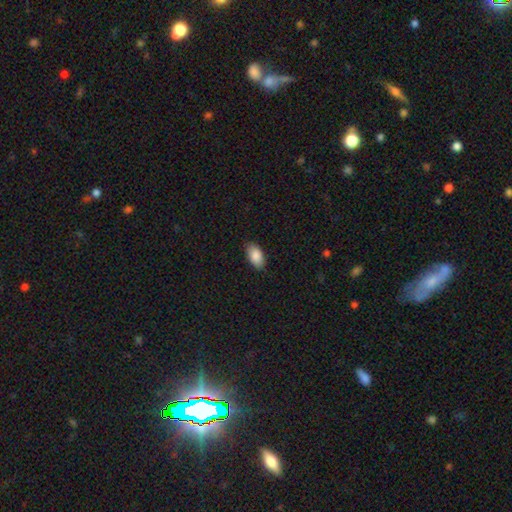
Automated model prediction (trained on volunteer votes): Smooth or featured?
  - smooth: 88% *
  - star or artifact: 7%
  - featured or disk: 6%
How rounded?
  - in between: 94% *
  - round: 3%
  - cigar-shaped: 3%
Merging?
  - none: 87% *
  - minor disturbance: 10%
  - major disturbance: 2%
  - merger: 1%